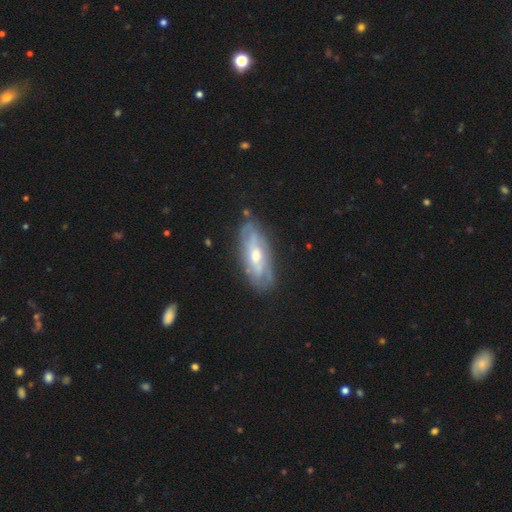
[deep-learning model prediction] smooth_or_featured: featured or disk (p=0.76) [alt: smooth p=0.19]
disk_edge_on: no (p=0.84) [alt: yes p=0.16]
bar: no (p=0.53) [alt: weak p=0.36]
has_spiral_arms: yes (p=0.80) [alt: no p=0.20]
spiral_winding: tight (p=0.59) [alt: medium p=0.29]
spiral_arm_count: can't tell (p=0.53) [alt: 2 p=0.25]
bulge_size: moderate (p=0.65) [alt: small p=0.28]
merging: none (p=0.76) [alt: minor disturbance p=0.17]